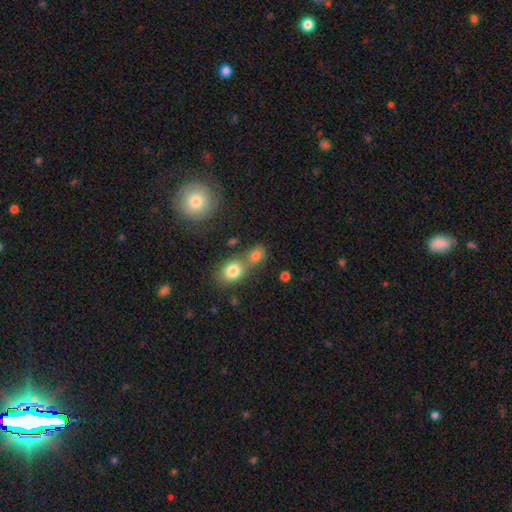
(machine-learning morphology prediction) Smooth or featured? smooth (77%)
How rounded? in between (55%)
Merging? merger (45%)